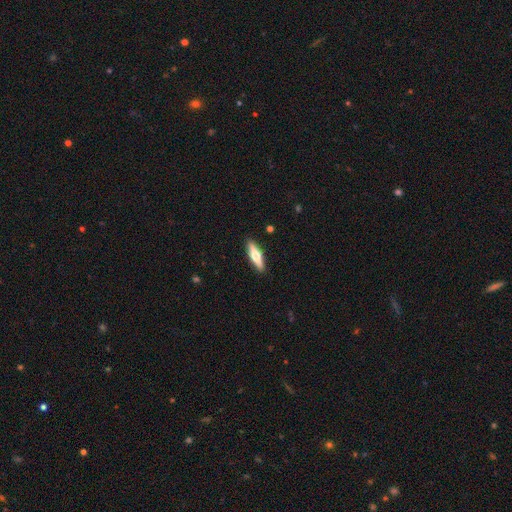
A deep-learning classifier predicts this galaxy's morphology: type=smooth (48%); merging=none (90%).